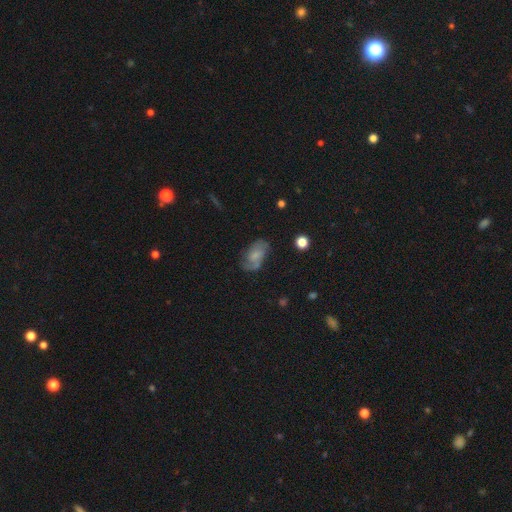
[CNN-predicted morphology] This is possibly a featured or disk galaxy (50%). It is clearly not viewed edge-on (95%). Merging: possibly none (56%).